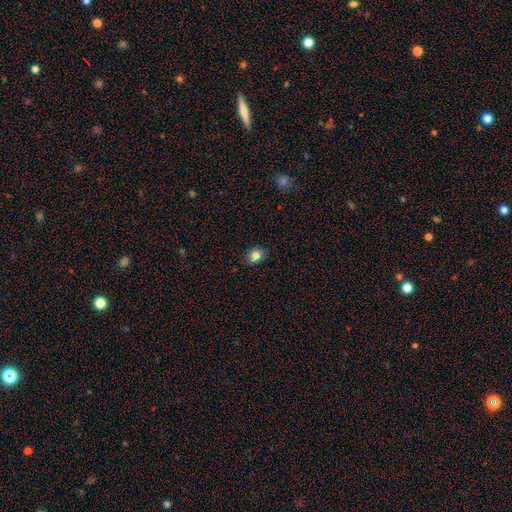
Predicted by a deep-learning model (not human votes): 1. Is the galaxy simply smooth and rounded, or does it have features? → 83% smooth, 11% star or artifact, 7% featured or disk.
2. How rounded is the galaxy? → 55% round, 44% in between, 1% cigar-shaped.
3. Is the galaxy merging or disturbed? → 87% none, 9% minor disturbance, 2% major disturbance, 1% merger.